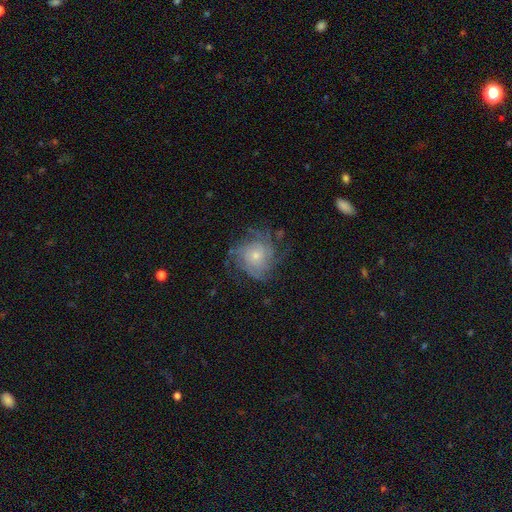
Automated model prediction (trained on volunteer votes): This is likely a featured or disk galaxy (72%). It is clearly not viewed edge-on (97%). Bar: clearly no (82%). Spiral arm pattern: clearly yes (91%). Spiral arm count: marginally can't tell (33%). Spiral winding: possibly tight (52%). Central bulge: likely small (62%). Merging: likely none (67%).